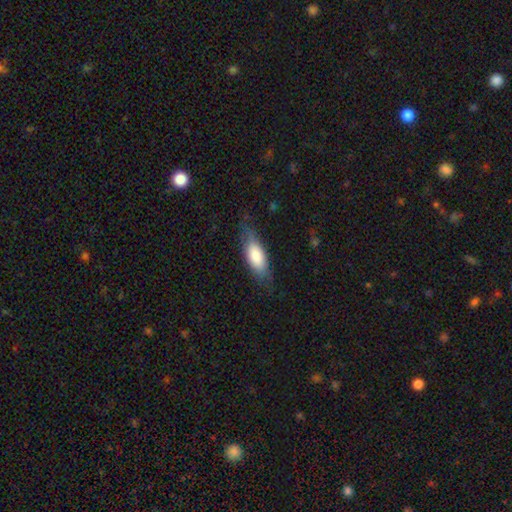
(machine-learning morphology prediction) The model was most divided on "how rounded": in between: 73%, cigar-shaped: 25%, round: 2%. More confident: smooth or featured — smooth (74%); merging — none (70%).